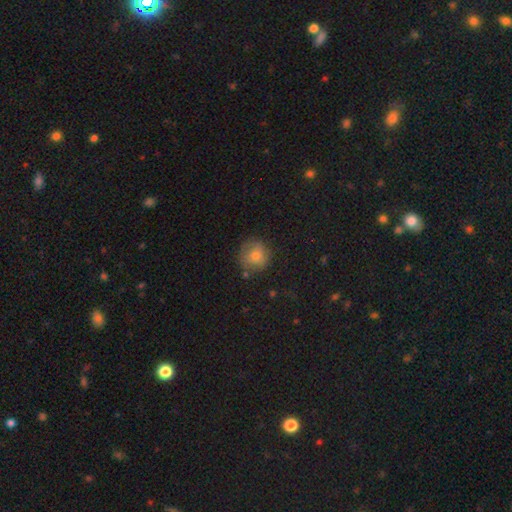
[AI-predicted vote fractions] smooth_or_featured: smooth (p=0.71) [alt: featured or disk p=0.19]
how_rounded: round (p=0.91) [alt: in between p=0.08]
merging: none (p=0.75) [alt: minor disturbance p=0.18]